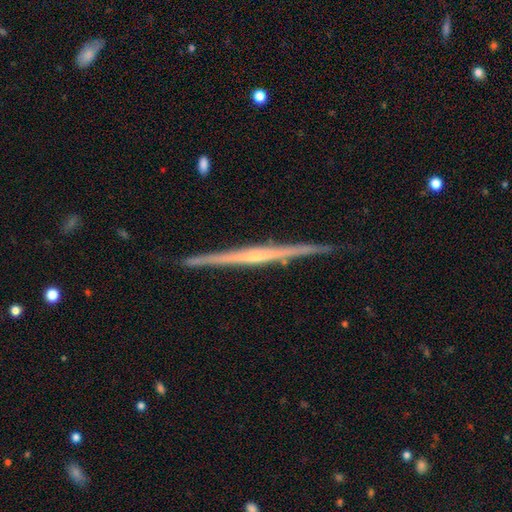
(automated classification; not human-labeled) This is clearly a featured or disk galaxy (82%). It is clearly viewed edge-on (98%). Edge-on bulge: possibly none (47%). Merging: clearly none (89%).